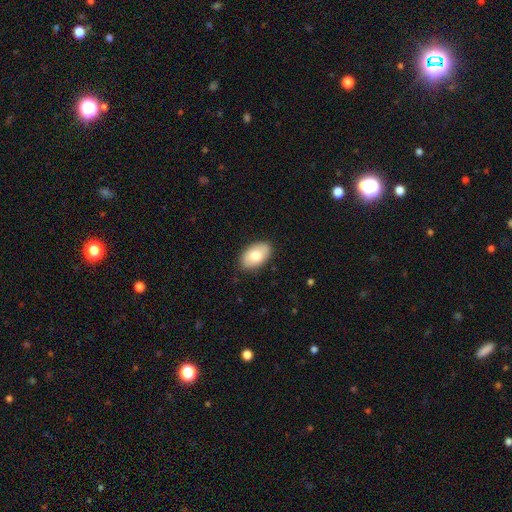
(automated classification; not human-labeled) Smooth or featured? Predicted: smooth (p=0.76). How rounded? Predicted: in between (p=0.93). Merging? Predicted: none (p=0.87).